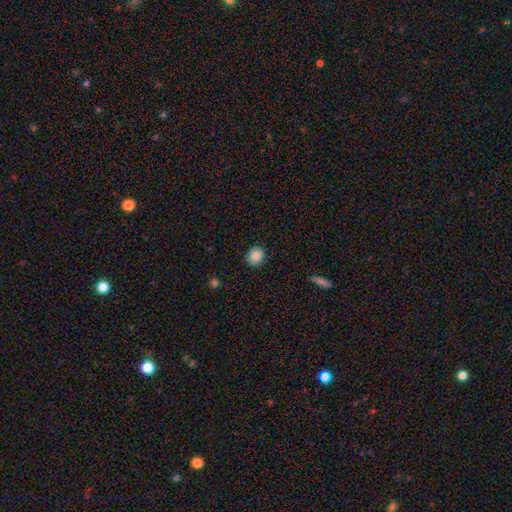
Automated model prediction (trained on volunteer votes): Smooth or featured? smooth (87%)
How rounded? round (83%)
Merging? none (88%)